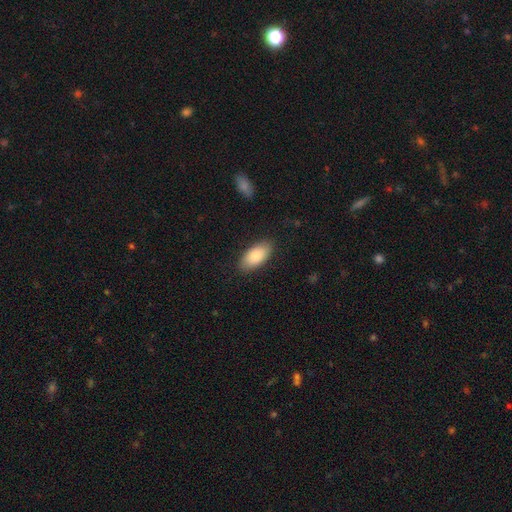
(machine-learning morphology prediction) The model was most divided on "smooth or featured": smooth: 82%, featured or disk: 12%, star or artifact: 6%. More confident: how rounded — in between (93%); merging — none (86%).